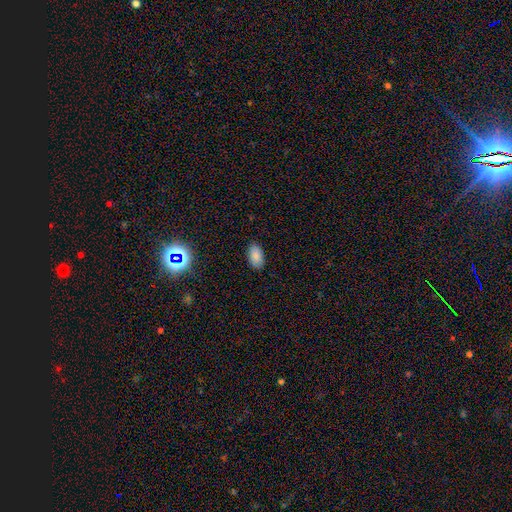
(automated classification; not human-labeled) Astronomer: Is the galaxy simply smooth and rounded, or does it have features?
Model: smooth — 83%.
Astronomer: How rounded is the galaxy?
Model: in between — 94%.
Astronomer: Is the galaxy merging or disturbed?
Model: none — 87%.